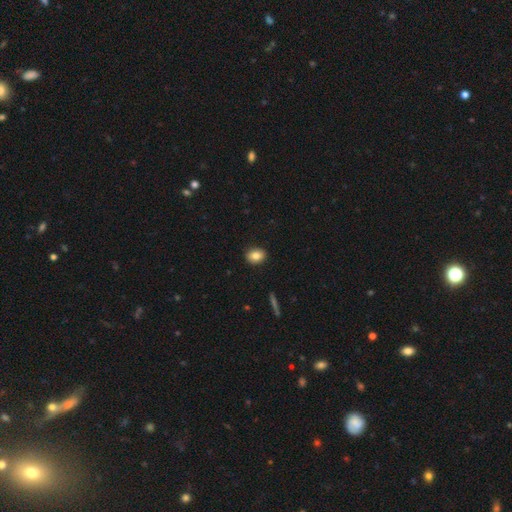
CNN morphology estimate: Smooth or featured: smooth — 83% (star or artifact — 9%)
How rounded: in between — 62% (round — 36%)
Merging: none — 89% (minor disturbance — 8%)